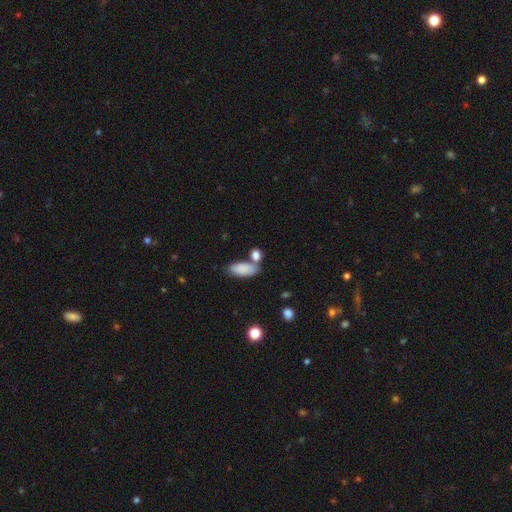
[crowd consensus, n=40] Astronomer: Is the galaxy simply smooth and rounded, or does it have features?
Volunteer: smooth — 92%.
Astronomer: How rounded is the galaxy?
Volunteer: in between — 73%.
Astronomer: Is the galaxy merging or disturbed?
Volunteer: none — 62%.